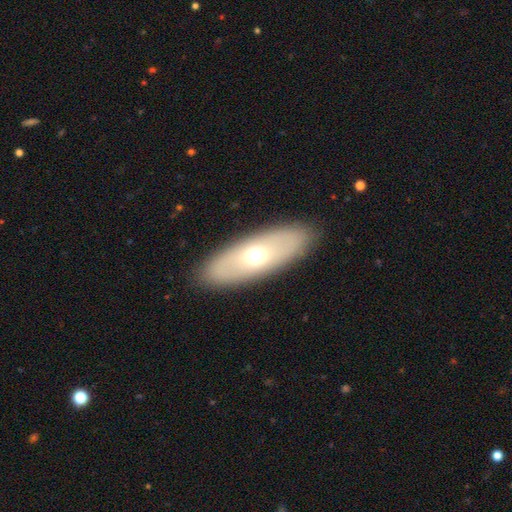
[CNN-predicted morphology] Q: Smooth or featured?
A: smooth (58%); runner-up: featured or disk (35%)
Q: How rounded?
A: in between (70%); runner-up: cigar-shaped (26%)
Q: Merging?
A: none (88%); runner-up: minor disturbance (8%)